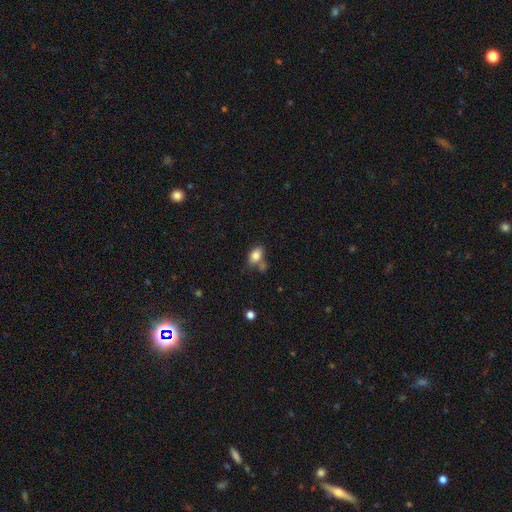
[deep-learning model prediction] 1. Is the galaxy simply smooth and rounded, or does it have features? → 82% smooth, 9% featured or disk, 9% star or artifact.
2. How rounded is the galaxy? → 88% in between, 10% round, 2% cigar-shaped.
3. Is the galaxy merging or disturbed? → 58% none, 20% merger, 17% minor disturbance, 5% major disturbance.